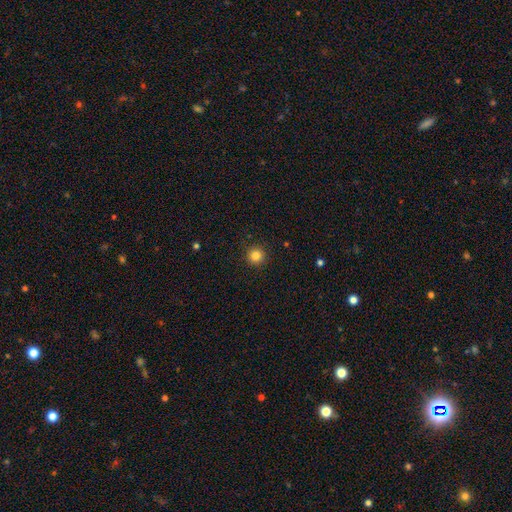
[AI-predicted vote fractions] Morphology: type=smooth (83%); roundness=round (96%); merging=none (92%).